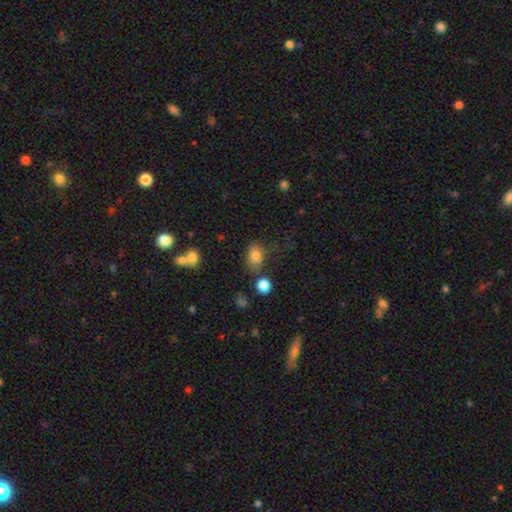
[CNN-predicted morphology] Smooth or featured? smooth (80%)
How rounded? in between (70%)
Merging? none (60%)